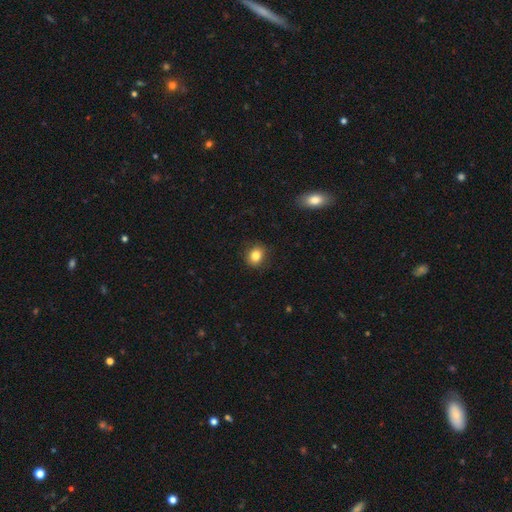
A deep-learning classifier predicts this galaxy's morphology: smooth 84%, star or artifact 10%, featured or disk 6%. Down the decision tree: how rounded — round (62%); merging — none (87%).